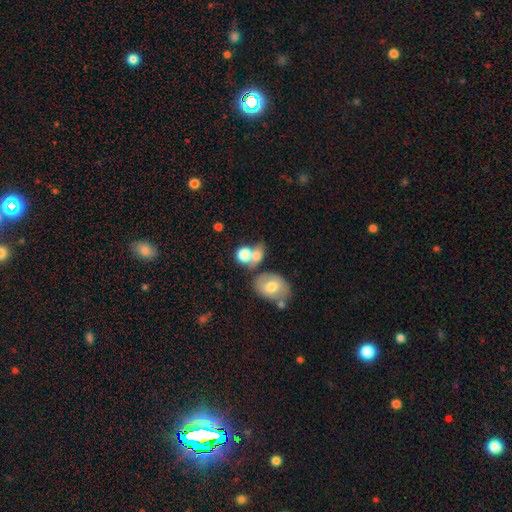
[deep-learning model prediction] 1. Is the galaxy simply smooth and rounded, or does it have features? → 73% smooth, 16% featured or disk, 10% star or artifact.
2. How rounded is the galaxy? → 52% round, 47% in between, 2% cigar-shaped.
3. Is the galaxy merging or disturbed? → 42% merger, 38% none, 12% minor disturbance, 8% major disturbance.